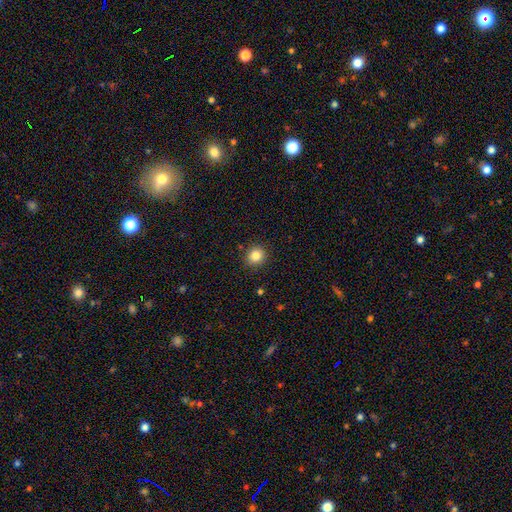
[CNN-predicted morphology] Smooth or featured? smooth (84%)
How rounded? round (89%)
Merging? none (90%)